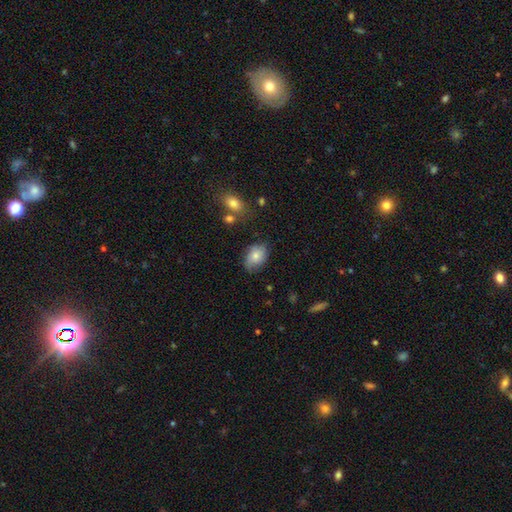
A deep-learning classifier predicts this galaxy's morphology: This is likely a smooth galaxy (76%). How rounded: likely in between (79%). Merging: likely none (64%).